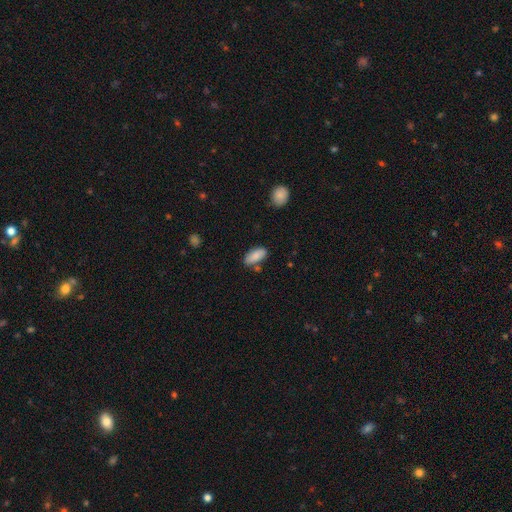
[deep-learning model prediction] Smooth or featured?
  - smooth: 84% *
  - featured or disk: 9%
  - star or artifact: 7%
How rounded?
  - in between: 87% *
  - cigar-shaped: 11%
  - round: 2%
Merging?
  - none: 73% *
  - minor disturbance: 16%
  - merger: 7%
  - major disturbance: 3%